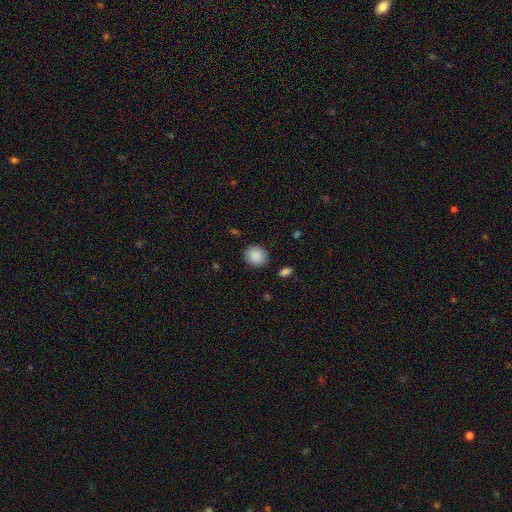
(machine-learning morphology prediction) smooth-or-featured: smooth: 89% | star or artifact: 8% | featured or disk: 3%
  how-rounded: round: 76% | in between: 23% | cigar-shaped: 1%
  merging: none: 86% | minor disturbance: 9% | major disturbance: 3% | merger: 2%